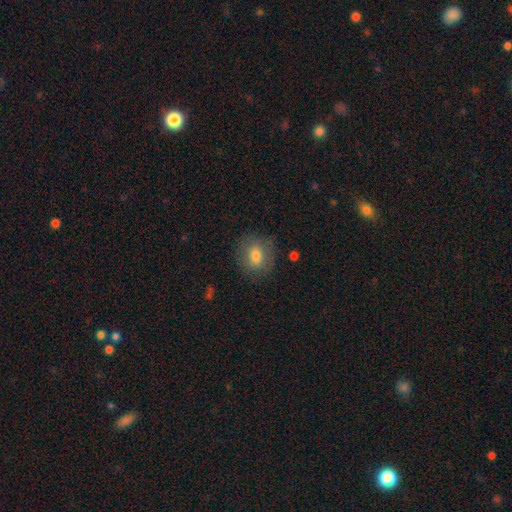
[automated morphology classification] Q: Smooth or featured?
A: smooth (74%); runner-up: featured or disk (17%)
Q: How rounded?
A: round (69%); runner-up: in between (30%)
Q: Merging?
A: none (80%); runner-up: minor disturbance (13%)